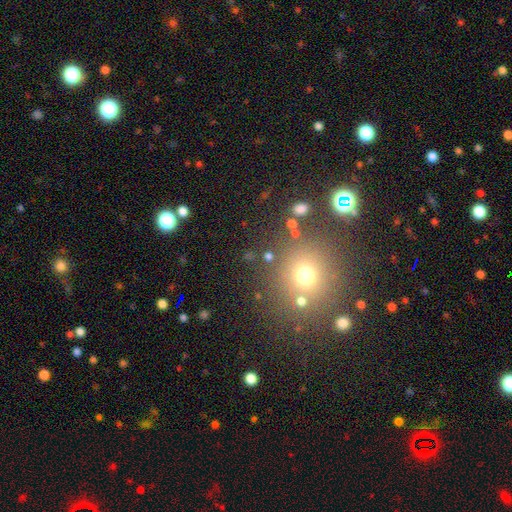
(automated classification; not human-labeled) Smooth or featured? smooth (55%)
How rounded? round (91%)
Merging? none (81%)